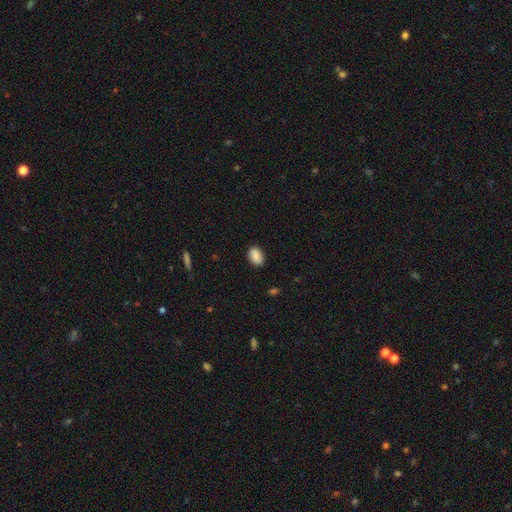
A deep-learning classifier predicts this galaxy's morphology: This is clearly a smooth galaxy (86%). How rounded: clearly in between (81%). Merging: clearly none (84%).